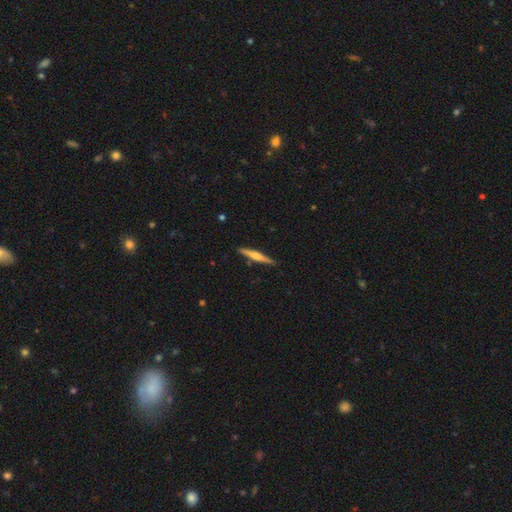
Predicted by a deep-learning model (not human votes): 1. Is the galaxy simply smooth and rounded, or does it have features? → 56% featured or disk, 38% smooth, 6% star or artifact.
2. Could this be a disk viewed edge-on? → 97% yes, 3% no.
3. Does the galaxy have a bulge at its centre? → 68% rounded, 16% boxy, 16% none.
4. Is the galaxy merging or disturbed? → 89% none, 8% minor disturbance, 2% merger, 2% major disturbance.